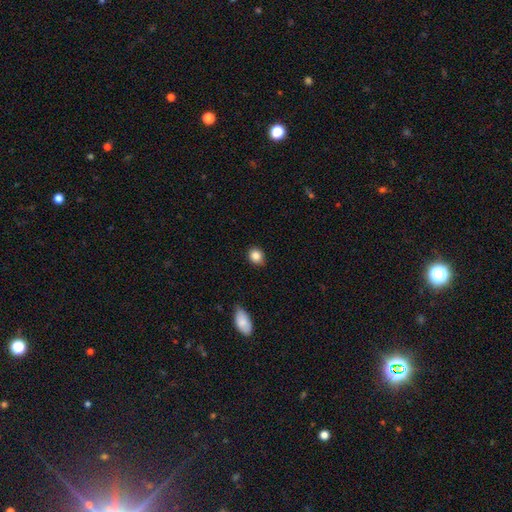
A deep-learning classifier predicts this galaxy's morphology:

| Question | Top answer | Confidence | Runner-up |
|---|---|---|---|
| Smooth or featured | smooth | 85% | star or artifact (10%) |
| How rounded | round | 65% | in between (34%) |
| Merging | none | 81% | minor disturbance (16%) |